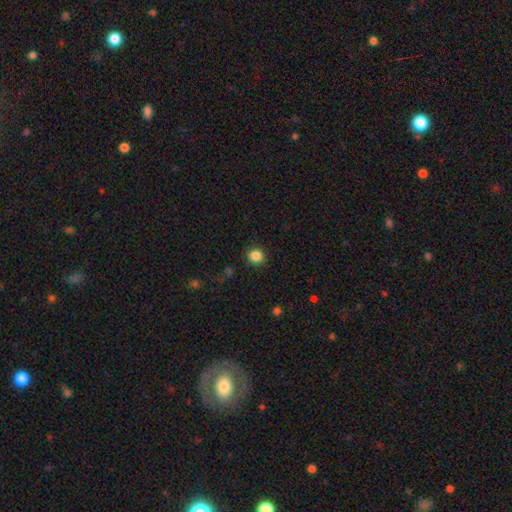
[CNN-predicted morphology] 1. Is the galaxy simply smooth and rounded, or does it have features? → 85% smooth, 11% star or artifact, 4% featured or disk.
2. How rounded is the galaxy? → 93% round, 6% in between, 1% cigar-shaped.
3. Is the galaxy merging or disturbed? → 90% none, 6% minor disturbance, 2% major disturbance, 1% merger.